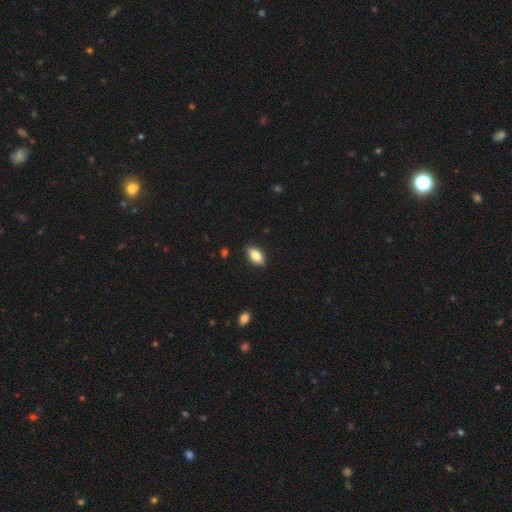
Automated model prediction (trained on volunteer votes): Smooth or featured?
  - smooth: 75% *
  - featured or disk: 18%
  - star or artifact: 7%
How rounded?
  - in between: 86% *
  - cigar-shaped: 11%
  - round: 3%
Merging?
  - none: 88% *
  - minor disturbance: 9%
  - major disturbance: 2%
  - merger: 1%